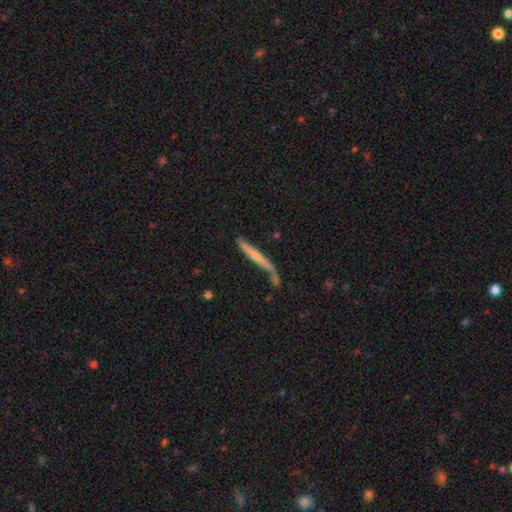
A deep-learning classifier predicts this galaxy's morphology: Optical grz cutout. It shows a smooth galaxy with no disk features (50%). Merging: none (52%).